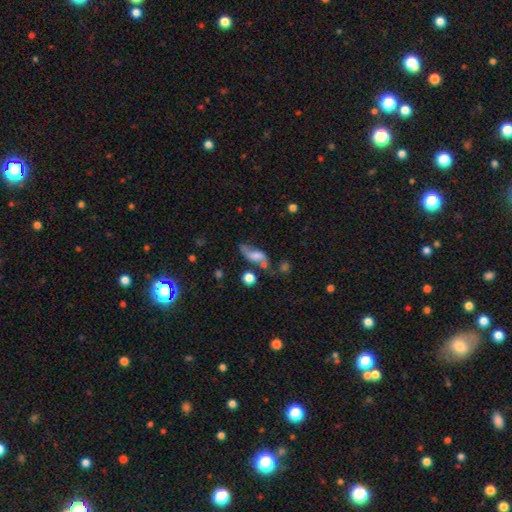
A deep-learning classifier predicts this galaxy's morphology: This is possibly a smooth galaxy (48%). Merging: marginally none (39%).